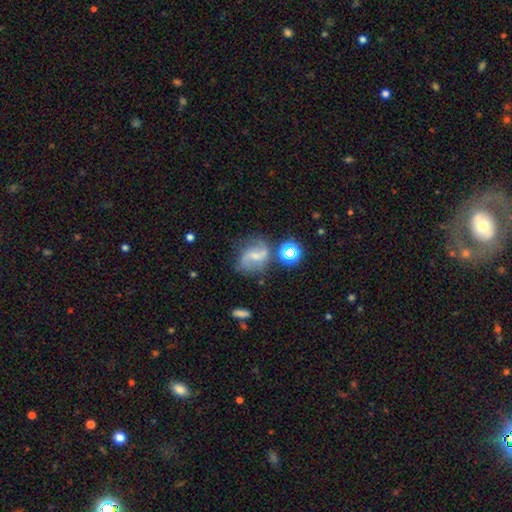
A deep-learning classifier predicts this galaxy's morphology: Q: Smooth or featured?
A: featured or disk (68%); runner-up: smooth (20%)
Q: Edge-on disk?
A: no (97%); runner-up: yes (3%)
Q: Bar?
A: weak (49%); runner-up: no (32%)
Q: Spiral arms?
A: yes (90%); runner-up: no (10%)
Q: Spiral winding?
A: loose (61%); runner-up: medium (31%)
Q: Spiral arm count?
A: 2 (87%); runner-up: can't tell (6%)
Q: Bulge size?
A: small (48%); runner-up: moderate (25%)
Q: Merging?
A: none (58%); runner-up: minor disturbance (20%)